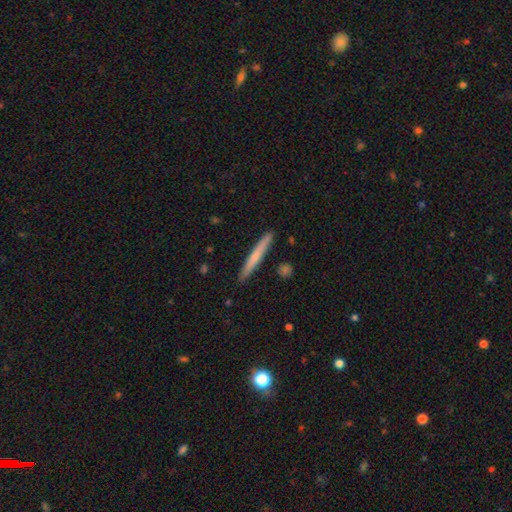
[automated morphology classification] This is likely a smooth galaxy (61%). How rounded: clearly cigar-shaped (97%). Merging: clearly none (91%).